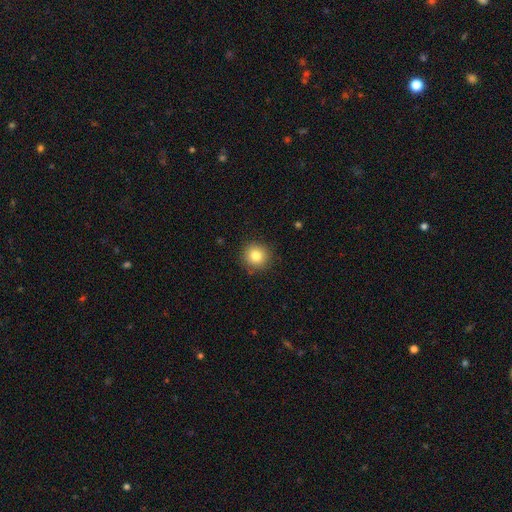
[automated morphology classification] A smooth galaxy with no disk features (83%) that is round (92%).

Vote fractions:
- Smooth or featured? smooth: 83% / star or artifact: 10% / featured or disk: 7%
- How rounded? round: 92% / in between: 8% / cigar-shaped: 1%
- Merging? none: 89% / minor disturbance: 8% / major disturbance: 2% / merger: 1%